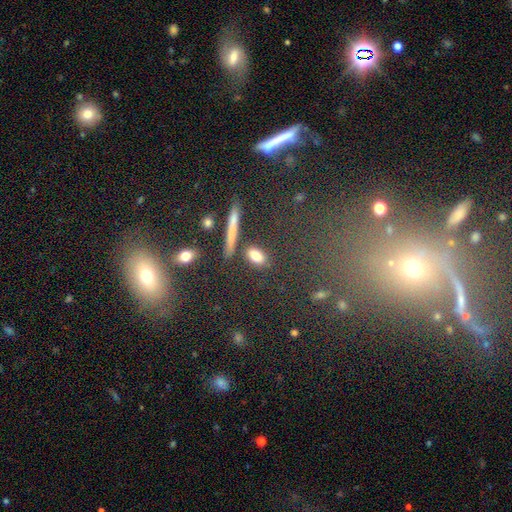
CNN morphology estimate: Overall: smooth (80%). How rounded: in between (73%). Merging: none (78%).